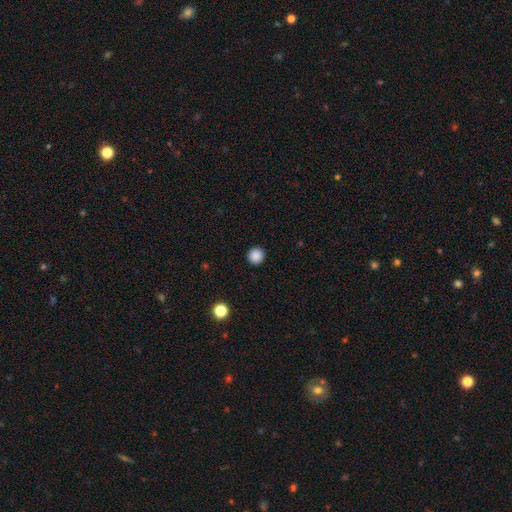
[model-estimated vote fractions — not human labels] Overall: smooth (87%). How rounded: round (96%). Merging: none (93%).